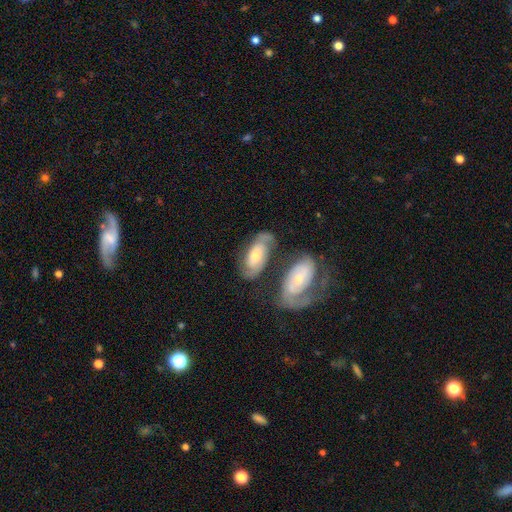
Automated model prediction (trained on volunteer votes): A featured or disk galaxy (70%) with no bar (61%), 2 (74%) tight (46%) spiral arms (90%) and a moderate central bulge (61%).

Vote fractions:
- Smooth or featured? featured or disk: 70% / smooth: 23% / star or artifact: 6%
- Edge-on disk? no: 93% / yes: 7%
- Bar? no: 61% / weak: 30% / strong: 10%
- Spiral arms? yes: 90% / no: 10%
- Spiral winding? tight: 46% / medium: 40% / loose: 15%
- Spiral arm count? 2: 74% / can't tell: 15% / 1: 4% / 3: 4% / 4: 1% / more than 4: 1%
- Bulge size? moderate: 61% / small: 30% / large: 6% / none: 1% / dominant: 1%
- Merging? none: 46% / merger: 27% / minor disturbance: 17% / major disturbance: 10%